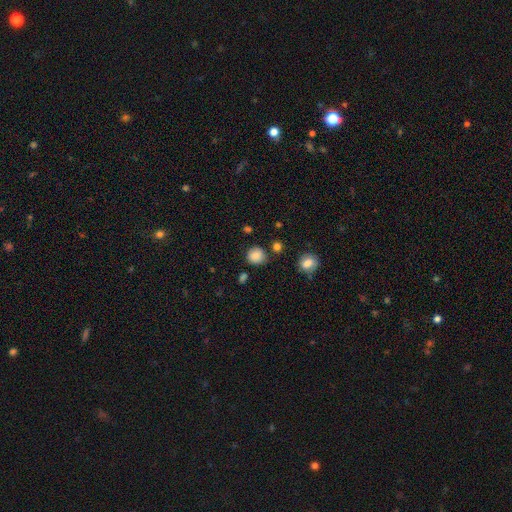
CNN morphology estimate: Smooth or featured? Predicted: smooth (p=0.84). How rounded? Predicted: round (p=0.86). Merging? Predicted: none (p=0.78).